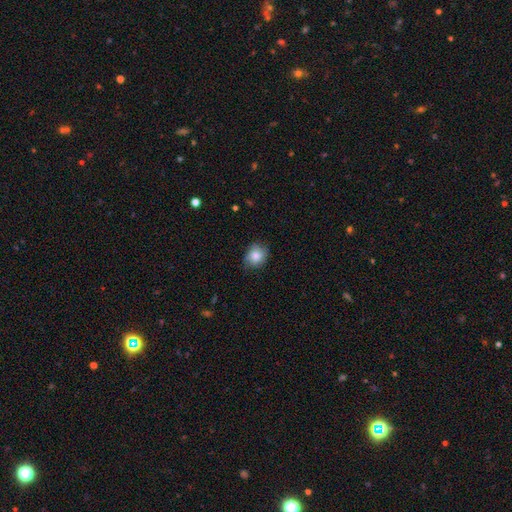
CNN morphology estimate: Overall: smooth (81%). How rounded: round (64%; in between 35%). Merging: none (70%).